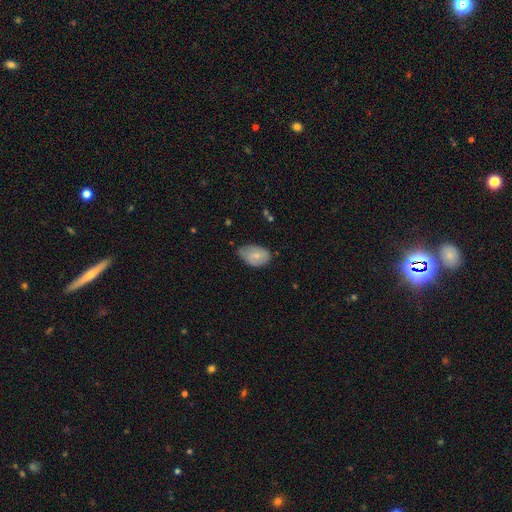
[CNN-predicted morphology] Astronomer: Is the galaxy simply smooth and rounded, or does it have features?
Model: smooth — 68%.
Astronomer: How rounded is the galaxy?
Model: in between — 89%.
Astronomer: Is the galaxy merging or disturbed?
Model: none — 48% (runner-up: minor disturbance, 42%).